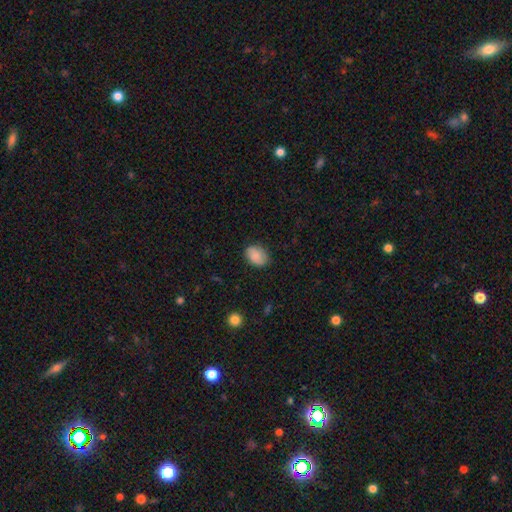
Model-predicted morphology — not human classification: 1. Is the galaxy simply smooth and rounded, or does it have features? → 82% smooth, 10% featured or disk, 7% star or artifact.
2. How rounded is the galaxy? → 76% in between, 23% round, 1% cigar-shaped.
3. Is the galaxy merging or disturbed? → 79% none, 17% minor disturbance, 3% major disturbance, 1% merger.